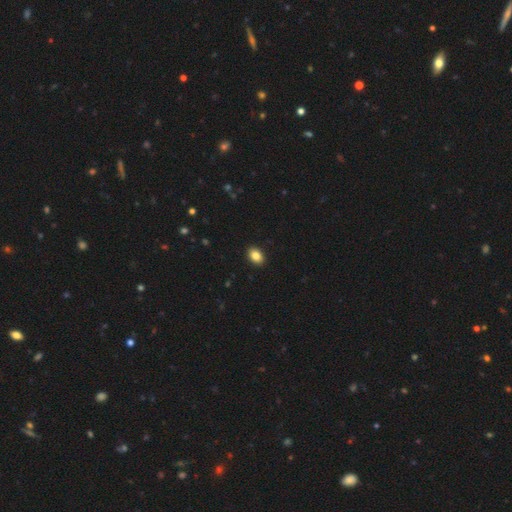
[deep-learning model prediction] Q: Smooth or featured?
A: smooth (86%); runner-up: star or artifact (9%)
Q: How rounded?
A: in between (78%); runner-up: round (21%)
Q: Merging?
A: none (92%); runner-up: minor disturbance (6%)